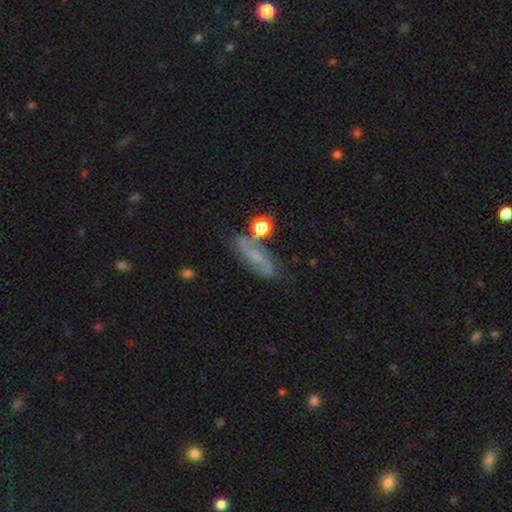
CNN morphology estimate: Smooth or featured? Predicted: featured or disk (p=0.72). Edge-on disk? Predicted: no (p=0.89). Bar? Predicted: weak (p=0.41). Spiral arms? Predicted: yes (p=0.92). Spiral winding? Predicted: loose (p=0.52). Spiral arm count? Predicted: 2 (p=0.90). Bulge size? Predicted: small (p=0.58). Merging? Predicted: none (p=0.69).